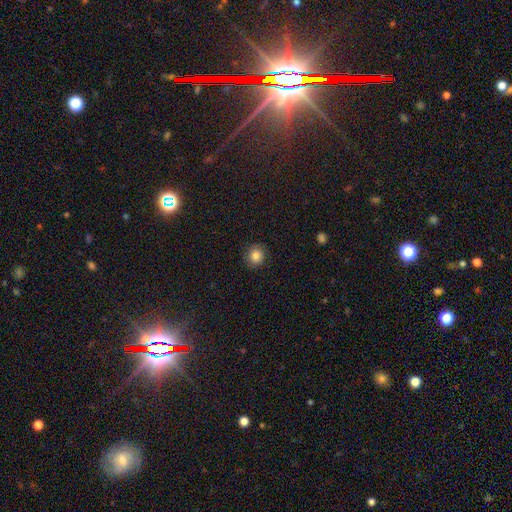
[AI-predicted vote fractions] smooth-or-featured: smooth: 82% | star or artifact: 11% | featured or disk: 7%
  how-rounded: round: 86% | in between: 13% | cigar-shaped: 1%
  merging: none: 85% | minor disturbance: 11% | major disturbance: 3% | merger: 1%